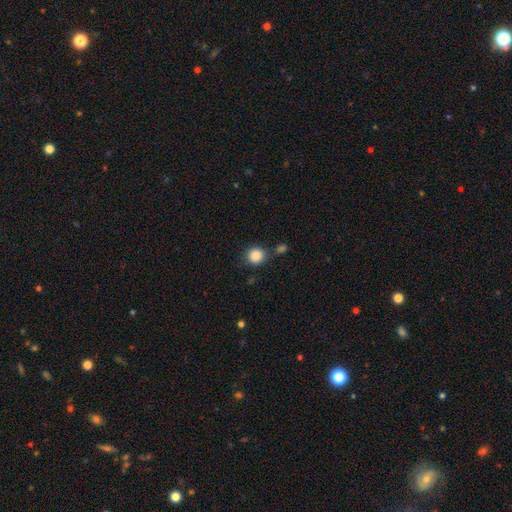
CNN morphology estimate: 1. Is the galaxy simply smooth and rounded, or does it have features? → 88% smooth, 9% star or artifact, 3% featured or disk.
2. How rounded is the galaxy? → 88% round, 11% in between, 1% cigar-shaped.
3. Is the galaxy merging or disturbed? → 76% none, 11% minor disturbance, 9% merger, 4% major disturbance.